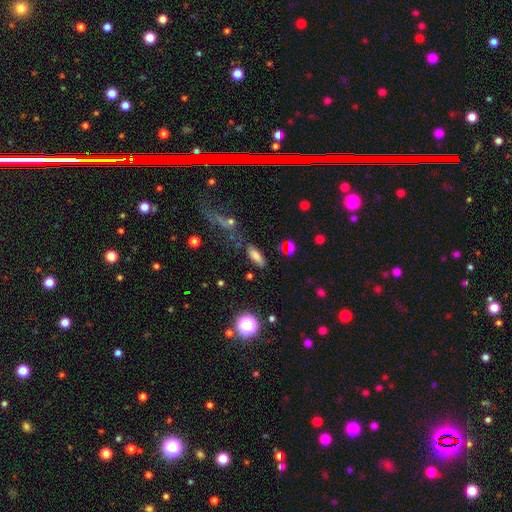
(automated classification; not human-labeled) Smooth or featured: smooth — 77% (star or artifact — 14%)
How rounded: in between — 74% (cigar-shaped — 22%)
Merging: none — 74% (minor disturbance — 14%)